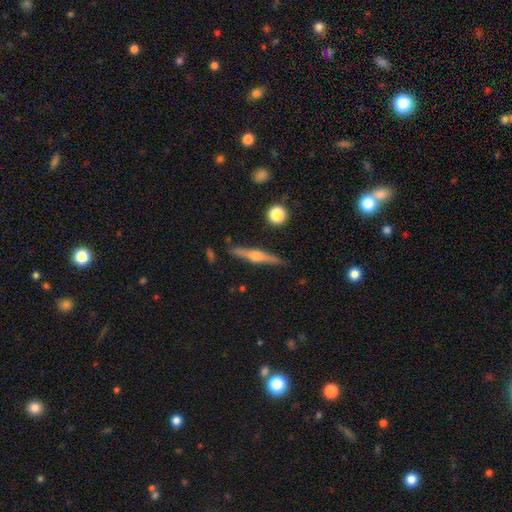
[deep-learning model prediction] Smooth or featured? Predicted: featured or disk (p=0.72). Edge-on disk? Predicted: yes (p=0.97). Edge-on bulge? Predicted: rounded (p=0.89). Merging? Predicted: none (p=0.88).